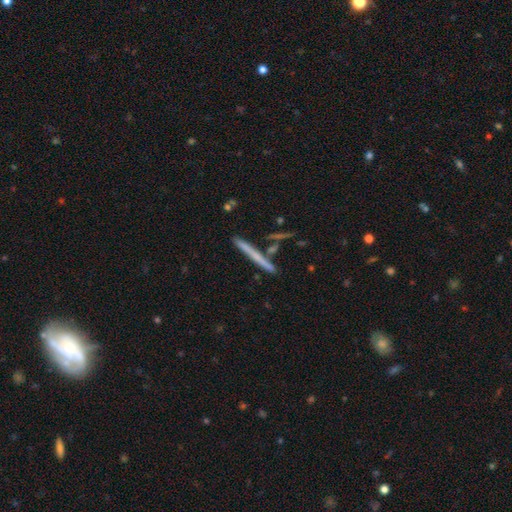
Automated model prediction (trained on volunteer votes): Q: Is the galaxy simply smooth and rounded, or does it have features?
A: featured or disk — 48%.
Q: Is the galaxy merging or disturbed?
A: none — 82%.